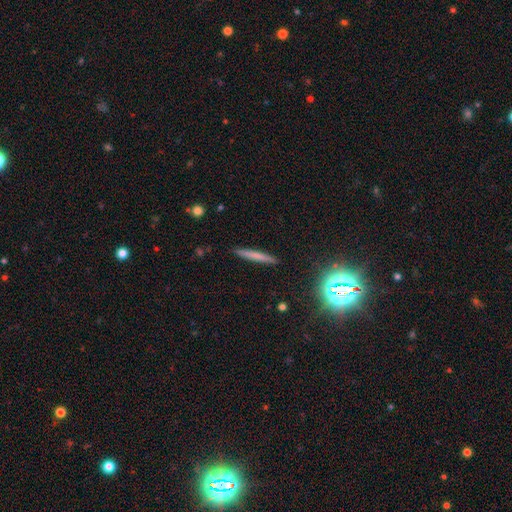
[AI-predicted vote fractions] A smooth galaxy with no disk features (64%) that is cigar-shaped (94%). Merging: none (90%).